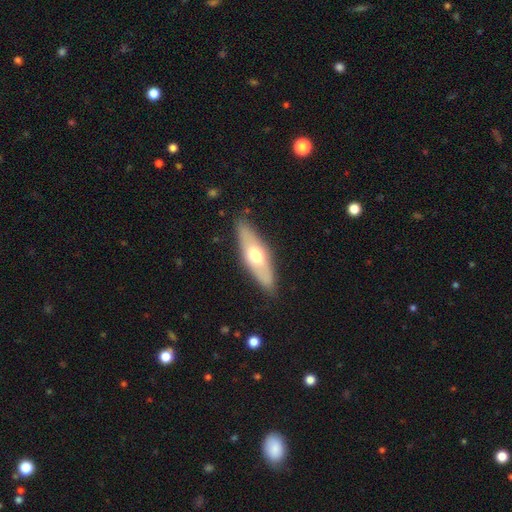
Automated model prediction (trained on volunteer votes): A smooth galaxy with no disk features (52%) that is in between round and cigar-shaped (54%). Merging: none (85%).